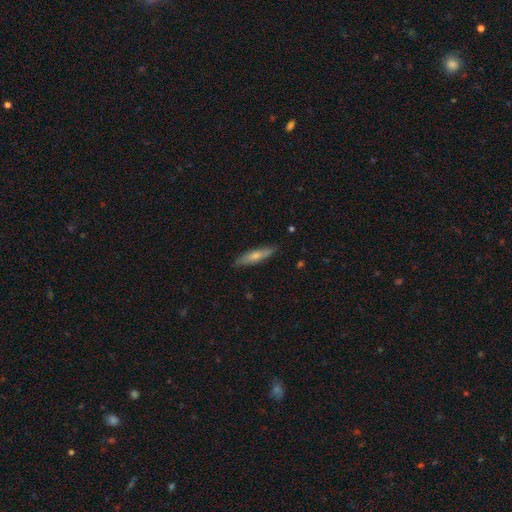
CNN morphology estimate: This is likely a smooth galaxy (63%). How rounded: clearly cigar-shaped (80%). Merging: clearly none (84%).